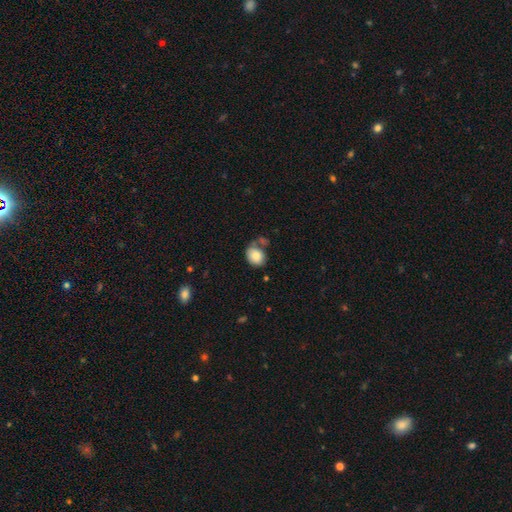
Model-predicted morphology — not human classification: type=smooth (83%); roundness=in between (59%); merging=none (50%).